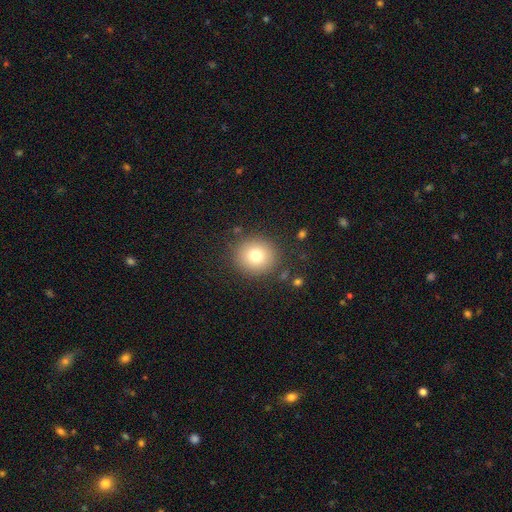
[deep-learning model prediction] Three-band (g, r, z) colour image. It shows a smooth galaxy with no disk features (77%) that is round (89%). Merging: none (87%).